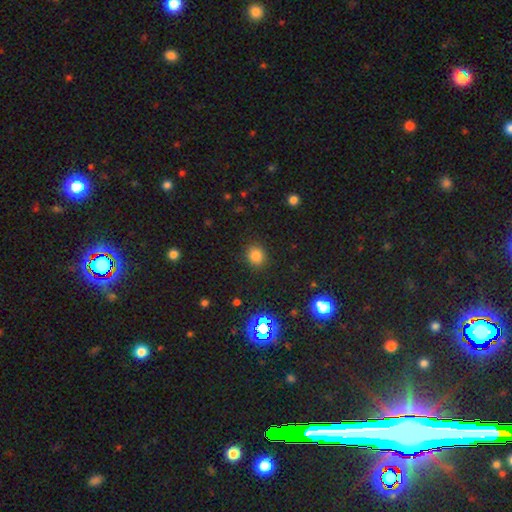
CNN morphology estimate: Smooth or featured? Predicted: smooth (p=0.79). How rounded? Predicted: round (p=0.79). Merging? Predicted: none (p=0.88).